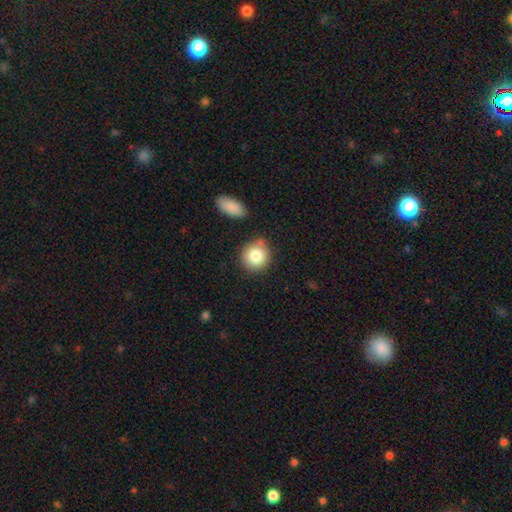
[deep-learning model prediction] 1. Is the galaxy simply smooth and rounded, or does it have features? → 85% smooth, 8% star or artifact, 7% featured or disk.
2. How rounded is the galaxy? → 90% round, 9% in between, 1% cigar-shaped.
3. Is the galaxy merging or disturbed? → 75% none, 11% minor disturbance, 10% merger, 3% major disturbance.